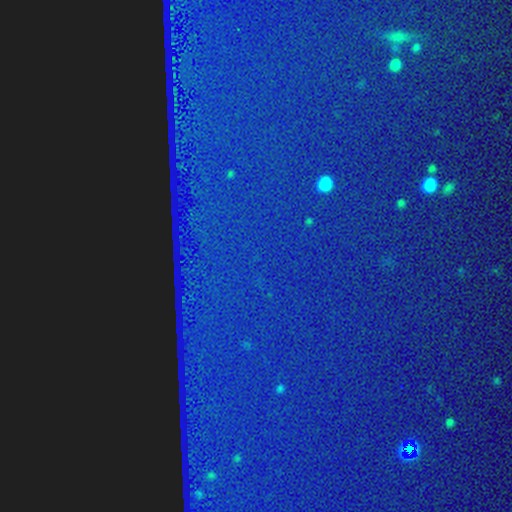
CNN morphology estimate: A star or artifact, not a galaxy (84%).

Vote fractions:
- Smooth or featured? star or artifact: 84% / smooth: 9% / featured or disk: 7%